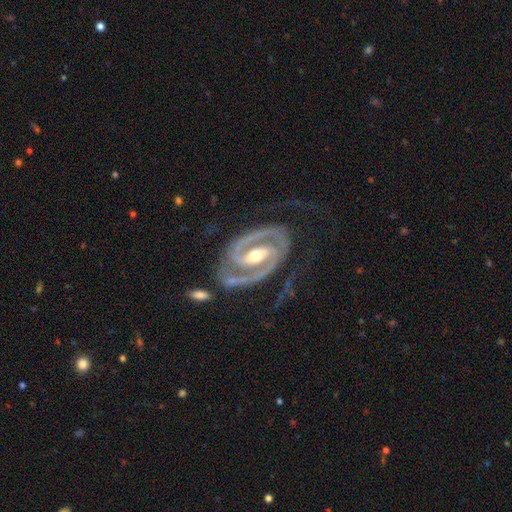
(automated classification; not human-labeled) smooth_or_featured: featured or disk (p=0.93) [alt: star or artifact p=0.04]
disk_edge_on: no (p=0.98) [alt: yes p=0.02]
bar: strong (p=0.56) [alt: weak p=0.30]
has_spiral_arms: yes (p=0.98) [alt: no p=0.02]
spiral_winding: tight (p=0.47) [alt: medium p=0.45]
spiral_arm_count: 2 (p=0.93) [alt: 3 p=0.02]
bulge_size: moderate (p=0.70) [alt: small p=0.23]
merging: none (p=0.67) [alt: minor disturbance p=0.18]